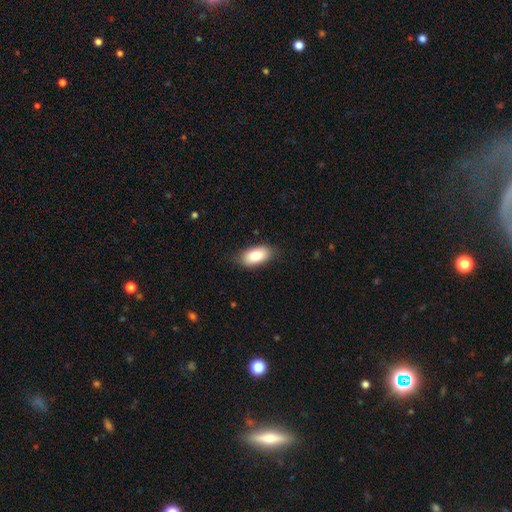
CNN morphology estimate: type=smooth (84%); roundness=in between (93%); merging=none (81%).